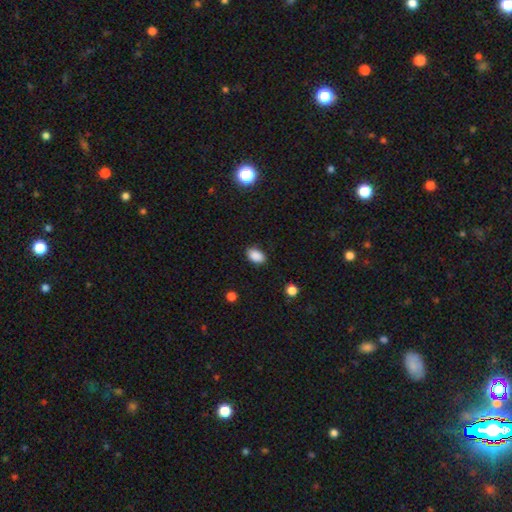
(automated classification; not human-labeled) smooth 88%, star or artifact 8%, featured or disk 3%. Down the decision tree: how rounded — in between (87%); merging — none (85%).